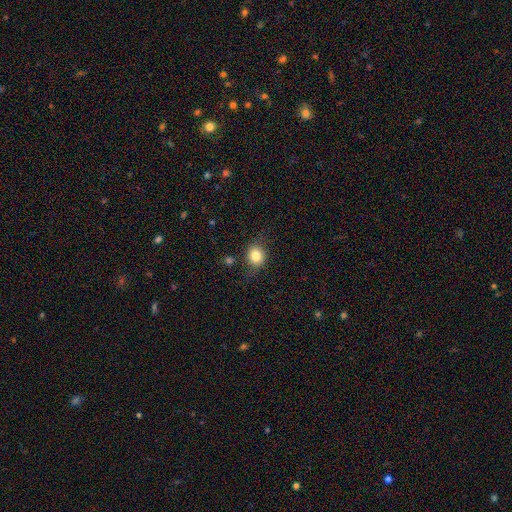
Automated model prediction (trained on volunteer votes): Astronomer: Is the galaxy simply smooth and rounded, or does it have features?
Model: smooth — 81%.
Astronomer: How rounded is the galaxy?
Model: round — 72%.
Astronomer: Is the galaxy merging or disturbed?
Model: none — 75%.